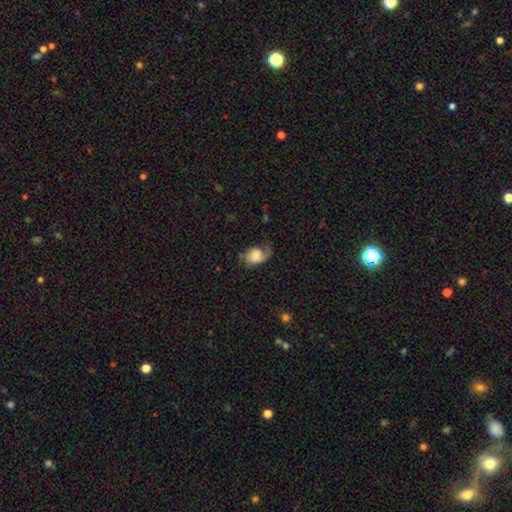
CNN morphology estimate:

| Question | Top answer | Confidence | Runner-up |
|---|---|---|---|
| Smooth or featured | smooth | 55% | featured or disk (37%) |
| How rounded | in between | 79% | round (20%) |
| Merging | none | 43% | minor disturbance (31%) |